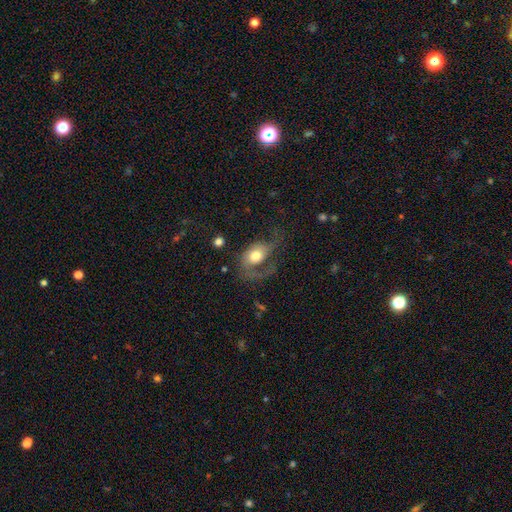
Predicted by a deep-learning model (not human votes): Smooth or featured? Predicted: featured or disk (p=0.47). Merging? Predicted: major disturbance (p=0.49).